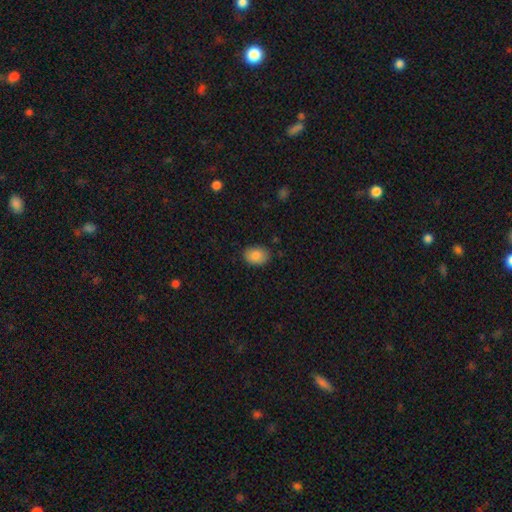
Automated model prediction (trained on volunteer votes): Smooth or featured?
  - smooth: 87% *
  - star or artifact: 8%
  - featured or disk: 5%
How rounded?
  - in between: 75% *
  - round: 24%
  - cigar-shaped: 1%
Merging?
  - none: 84% *
  - minor disturbance: 12%
  - major disturbance: 3%
  - merger: 1%